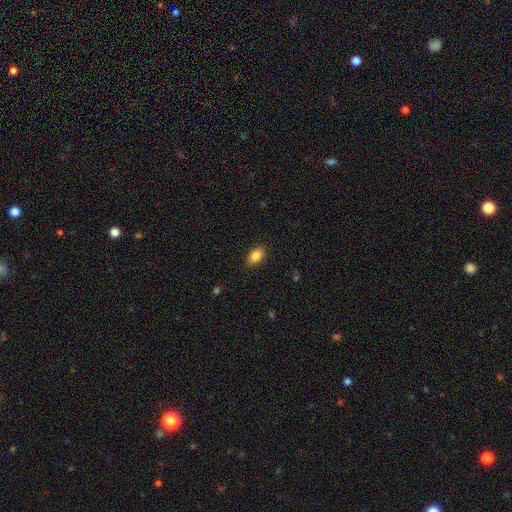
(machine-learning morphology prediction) Q: Smooth or featured?
A: smooth (85%); runner-up: star or artifact (8%)
Q: How rounded?
A: in between (87%); runner-up: round (10%)
Q: Merging?
A: none (87%); runner-up: minor disturbance (9%)